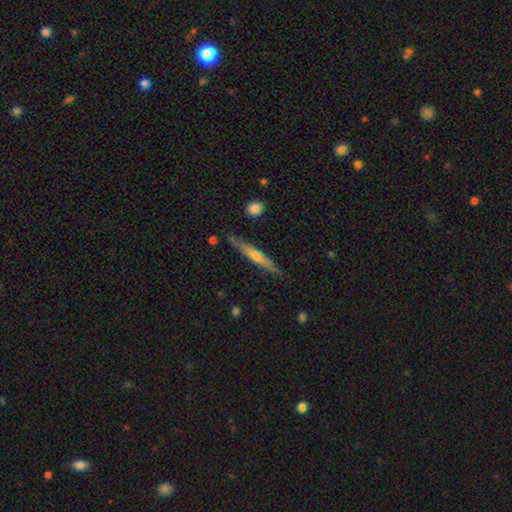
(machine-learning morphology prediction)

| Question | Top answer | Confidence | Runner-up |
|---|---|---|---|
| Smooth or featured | featured or disk | 55% | smooth (40%) |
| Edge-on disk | yes | 95% | no (5%) |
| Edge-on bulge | rounded | 64% | none (30%) |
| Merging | none | 85% | minor disturbance (11%) |